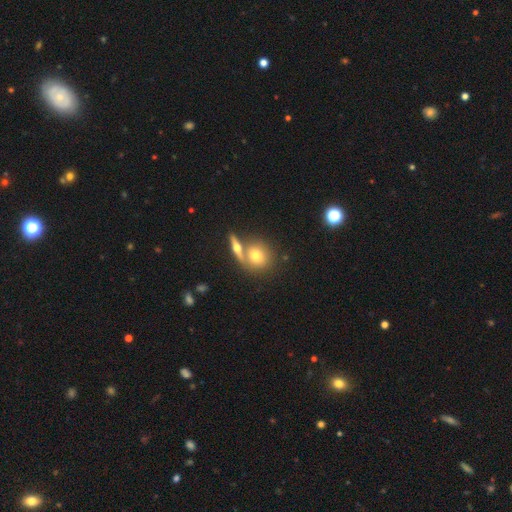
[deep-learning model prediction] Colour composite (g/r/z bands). It shows a smooth galaxy with no disk features (66%) that is round (81%). Merging: none (55%).